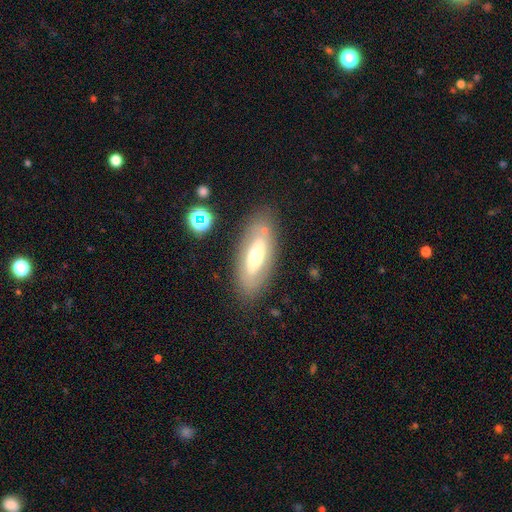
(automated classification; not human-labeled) smooth-or-featured: featured or disk: 47% | smooth: 45% | star or artifact: 8%
  merging: none: 78% | minor disturbance: 13% | major disturbance: 5% | merger: 4%